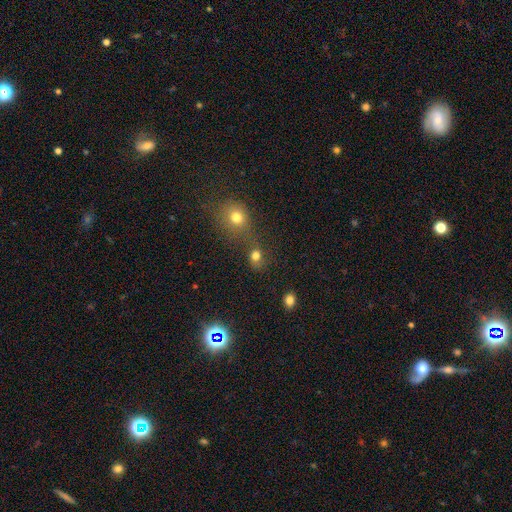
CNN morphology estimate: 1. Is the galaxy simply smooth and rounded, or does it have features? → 76% smooth, 17% star or artifact, 7% featured or disk.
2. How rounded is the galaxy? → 73% round, 26% in between, 1% cigar-shaped.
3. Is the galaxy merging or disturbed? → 52% none, 31% merger, 10% minor disturbance, 7% major disturbance.